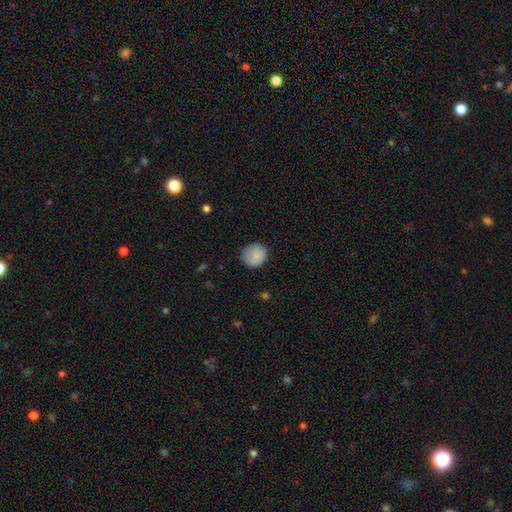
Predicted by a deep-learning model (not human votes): A smooth galaxy with no disk features (87%) that is round (91%).

Vote fractions:
- Smooth or featured? smooth: 87% / star or artifact: 8% / featured or disk: 6%
- How rounded? round: 91% / in between: 8% / cigar-shaped: 1%
- Merging? none: 83% / minor disturbance: 13% / major disturbance: 3% / merger: 1%